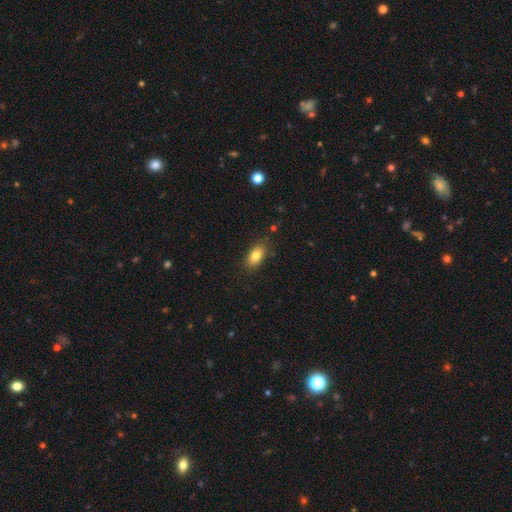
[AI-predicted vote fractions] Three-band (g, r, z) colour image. It shows a smooth galaxy with no disk features (82%) that is in between round and cigar-shaped (88%). Merging: none (84%).